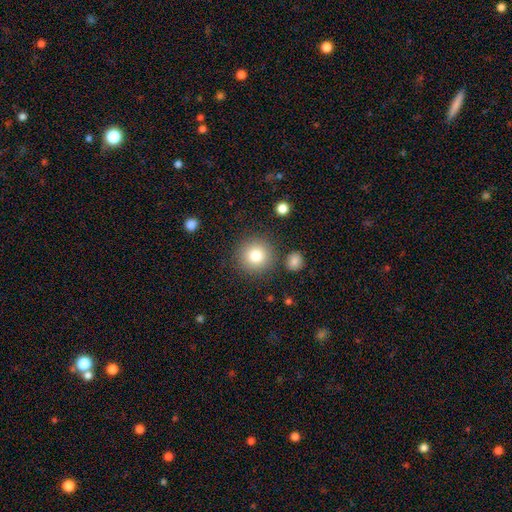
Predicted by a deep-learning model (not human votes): This appears to be a smooth galaxy with no disk features (80%) that is round (95%). Merging: none (85%).